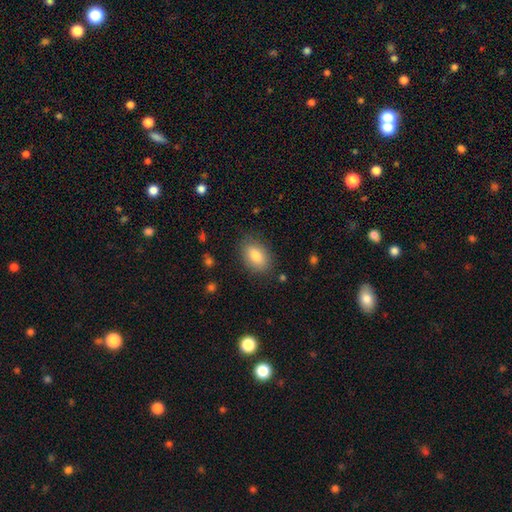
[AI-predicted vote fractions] This is clearly a smooth galaxy (83%). How rounded: clearly in between (89%). Merging: clearly none (82%).